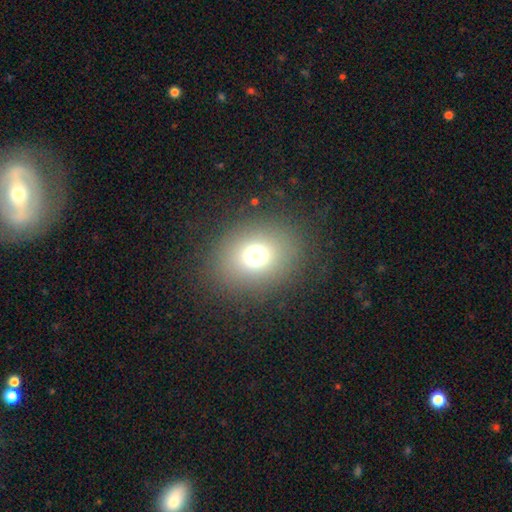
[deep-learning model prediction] smooth 70%, star or artifact 19%, featured or disk 10%. Down the decision tree: how rounded — round (62%); merging — none (86%).